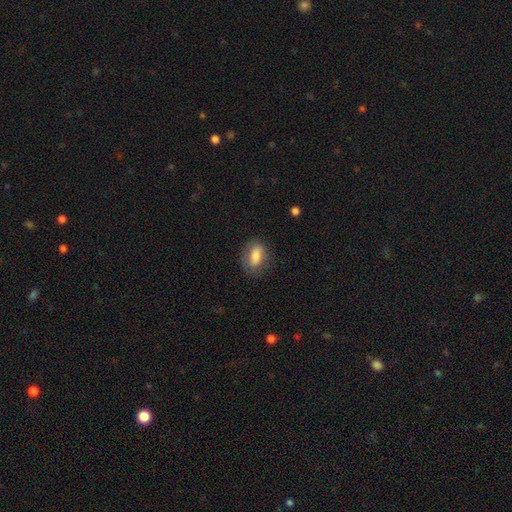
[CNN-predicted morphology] A smooth galaxy with no disk features (82%) that is in between round and cigar-shaped (86%). Merging: none (74%).